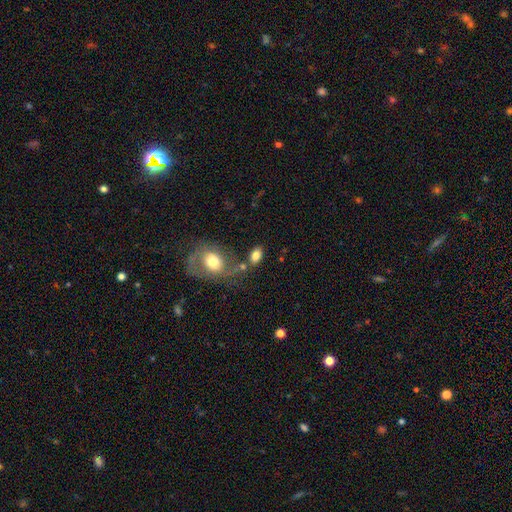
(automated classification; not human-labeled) smooth_or_featured: smooth (p=0.79) [alt: featured or disk p=0.12]
how_rounded: in between (p=0.83) [alt: round p=0.15]
merging: none (p=0.59) [alt: merger p=0.20]